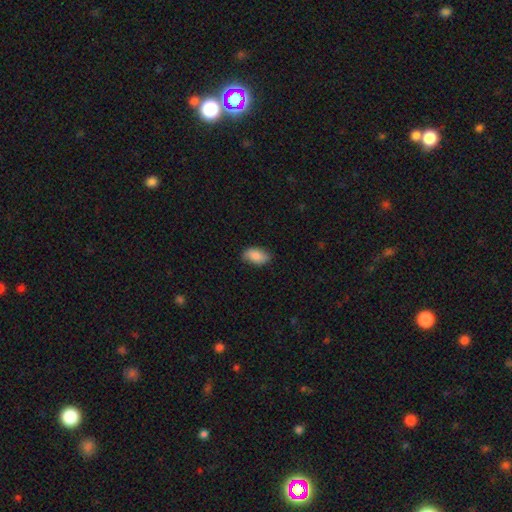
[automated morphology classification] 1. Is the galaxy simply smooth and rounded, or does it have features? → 85% smooth, 8% featured or disk, 7% star or artifact.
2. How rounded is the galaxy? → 93% in between, 5% round, 2% cigar-shaped.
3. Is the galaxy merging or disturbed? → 81% none, 15% minor disturbance, 3% major disturbance, 1% merger.